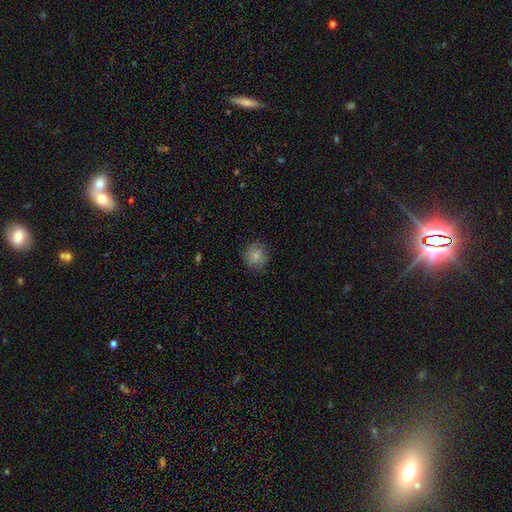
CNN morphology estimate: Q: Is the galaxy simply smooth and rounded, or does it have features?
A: smooth — 80%.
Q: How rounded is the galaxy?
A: round — 89%.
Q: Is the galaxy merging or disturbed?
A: none — 81%.